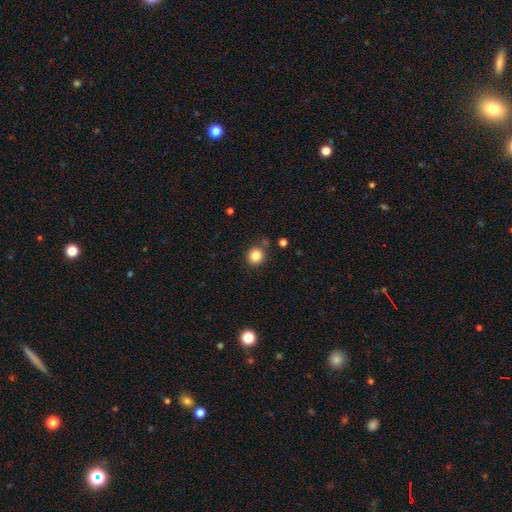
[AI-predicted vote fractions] A smooth galaxy with no disk features (84%) that is round (87%).

Vote fractions:
- Smooth or featured? smooth: 84% / star or artifact: 11% / featured or disk: 5%
- How rounded? round: 87% / in between: 12% / cigar-shaped: 1%
- Merging? none: 80% / minor disturbance: 10% / merger: 7% / major disturbance: 3%